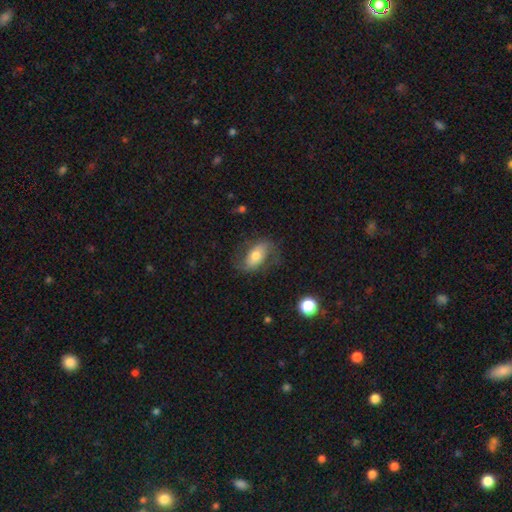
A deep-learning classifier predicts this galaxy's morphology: Smooth or featured? Predicted: featured or disk (p=0.51). Edge-on disk? Predicted: no (p=0.93). Merging? Predicted: none (p=0.65).